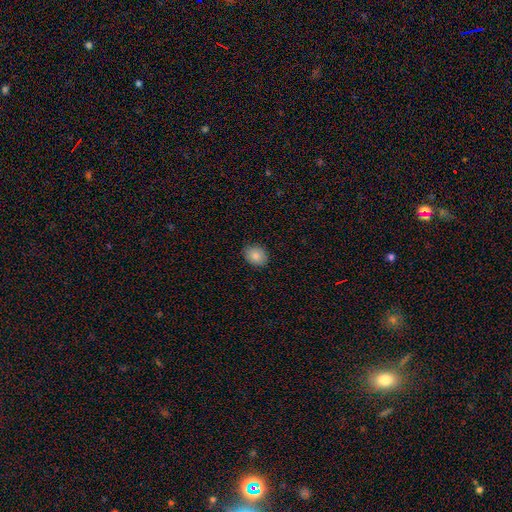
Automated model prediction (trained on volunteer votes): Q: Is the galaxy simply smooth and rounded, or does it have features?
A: smooth — 85%.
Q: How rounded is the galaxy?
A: in between — 54%.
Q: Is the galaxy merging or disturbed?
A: none — 87%.